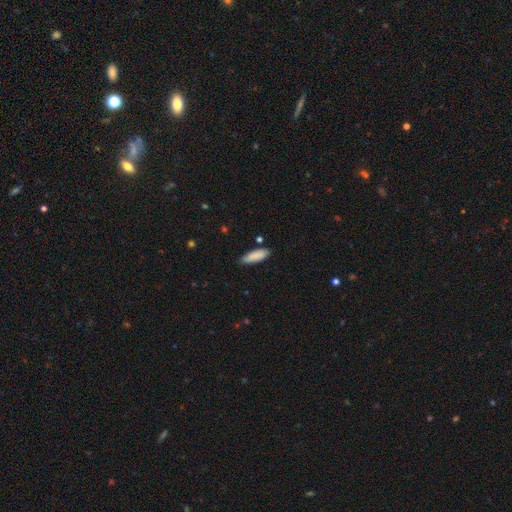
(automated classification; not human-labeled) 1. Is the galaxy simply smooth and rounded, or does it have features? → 87% smooth, 7% featured or disk, 6% star or artifact.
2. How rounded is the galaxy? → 54% in between, 44% cigar-shaped, 1% round.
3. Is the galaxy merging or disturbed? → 79% none, 16% minor disturbance, 3% major disturbance, 2% merger.